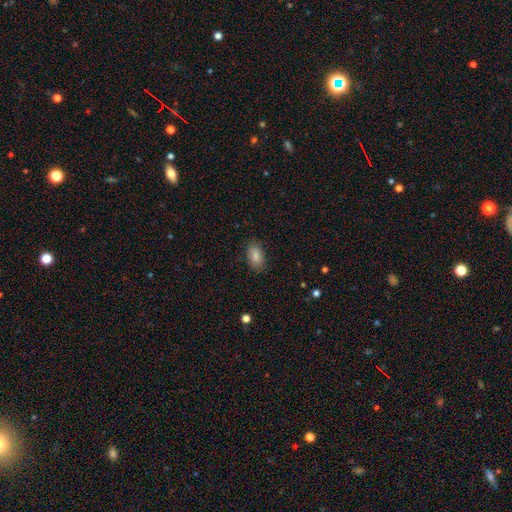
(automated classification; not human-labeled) A smooth galaxy with no disk features (86%) that is in between round and cigar-shaped (92%). Merging: none (85%).